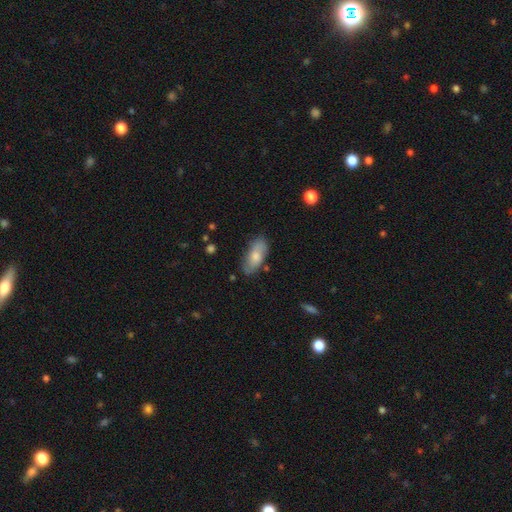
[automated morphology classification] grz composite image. It shows a smooth galaxy with no disk features (69%) that is in between round and cigar-shaped (86%). Merging: none (74%).